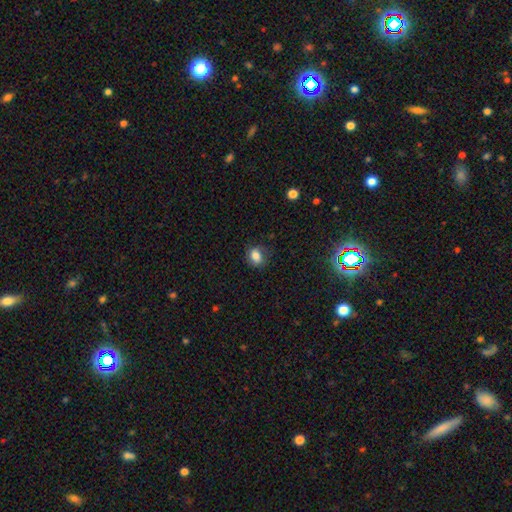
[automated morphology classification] Q: Smooth or featured?
A: smooth (81%); runner-up: star or artifact (10%)
Q: How rounded?
A: in between (58%); runner-up: round (41%)
Q: Merging?
A: none (75%); runner-up: minor disturbance (18%)